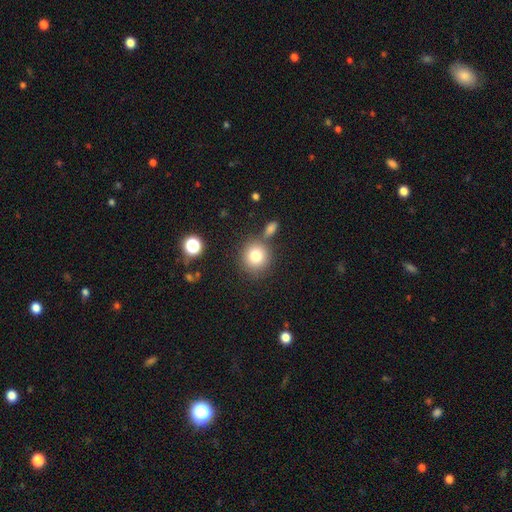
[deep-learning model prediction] A smooth galaxy with no disk features (81%) that is round (89%).

Vote fractions:
- Smooth or featured? smooth: 81% / star or artifact: 11% / featured or disk: 9%
- How rounded? round: 89% / in between: 10% / cigar-shaped: 1%
- Merging? none: 71% / merger: 15% / minor disturbance: 11% / major disturbance: 4%